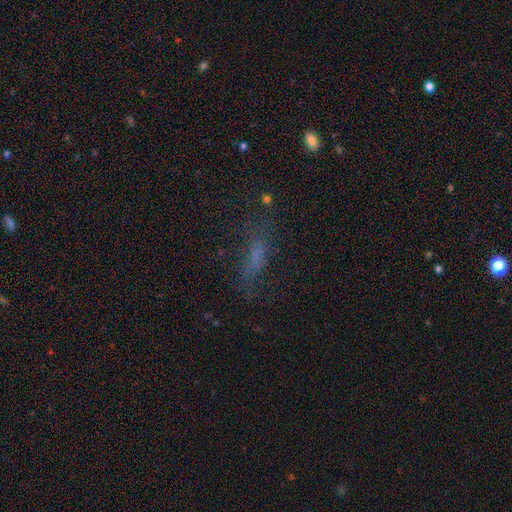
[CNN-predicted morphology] The model was most divided on "how rounded": cigar-shaped: 56%, in between: 40%, round: 5%. More confident: merging — none (56%); smooth or featured — smooth (52%).